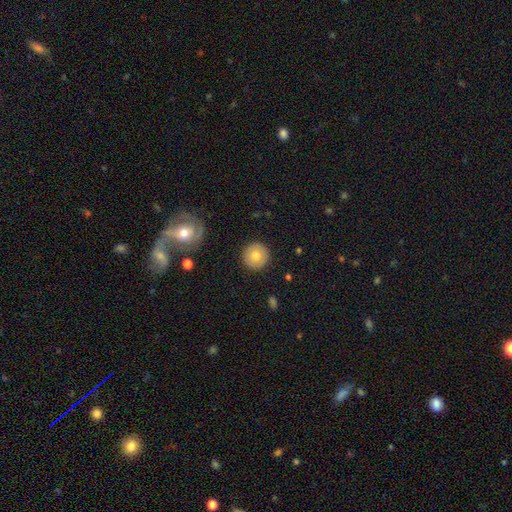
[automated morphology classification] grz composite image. It shows a smooth galaxy with no disk features (79%) that is round (96%). Merging: none (91%).